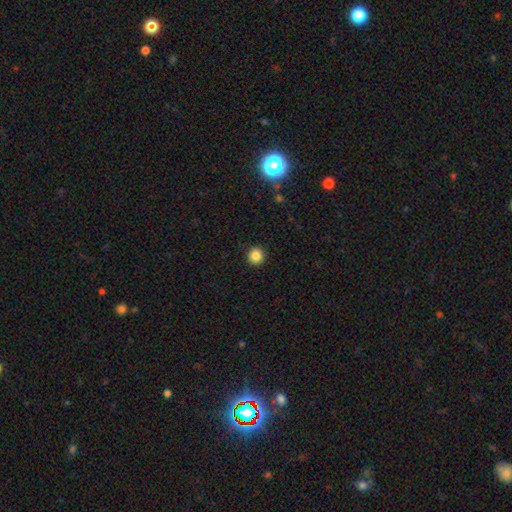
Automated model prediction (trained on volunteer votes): The model was most divided on "smooth or featured": smooth: 85%, star or artifact: 11%, featured or disk: 4%. More confident: merging — none (92%); how rounded — round (92%).